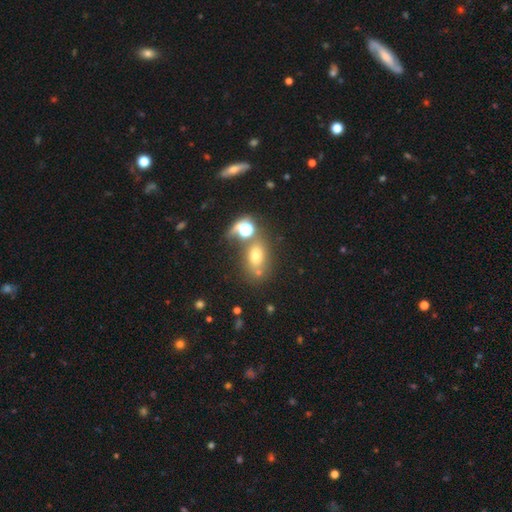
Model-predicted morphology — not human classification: Smooth or featured?
  - smooth: 62% *
  - star or artifact: 21%
  - featured or disk: 17%
How rounded?
  - in between: 66% *
  - round: 31%
  - cigar-shaped: 3%
Merging?
  - none: 54% *
  - merger: 25%
  - minor disturbance: 14%
  - major disturbance: 8%